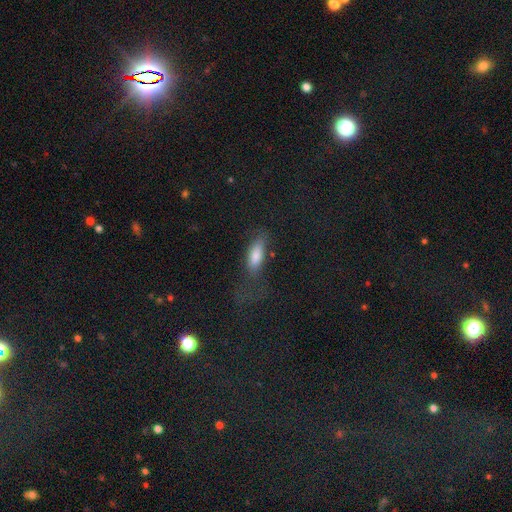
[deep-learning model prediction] Morphology: type=smooth (77%); roundness=in between (67%); merging=none (47%).